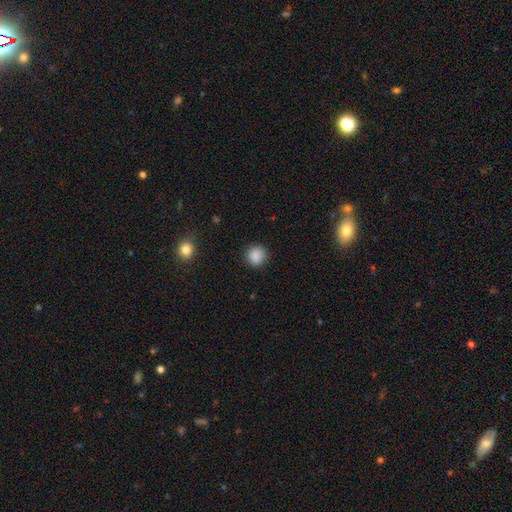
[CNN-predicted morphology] type=smooth (88%); roundness=round (91%); merging=none (88%).